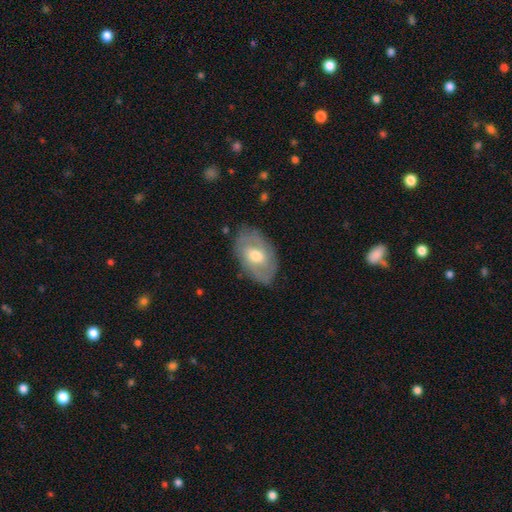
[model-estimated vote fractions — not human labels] This appears to be a featured or disk galaxy (53%). Merging: none (75%).